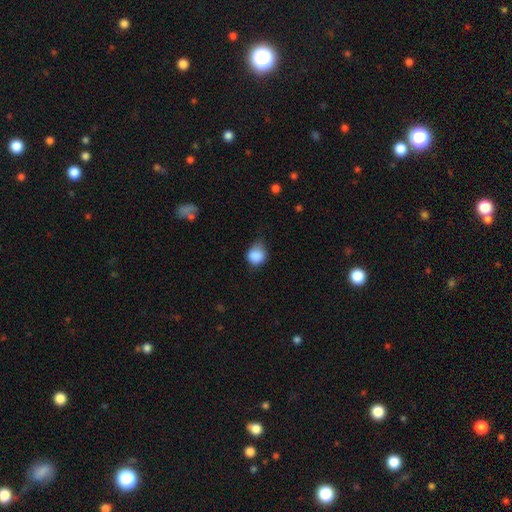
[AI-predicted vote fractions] Smooth or featured? smooth (86%)
How rounded? round (72%)
Merging? none (45%)